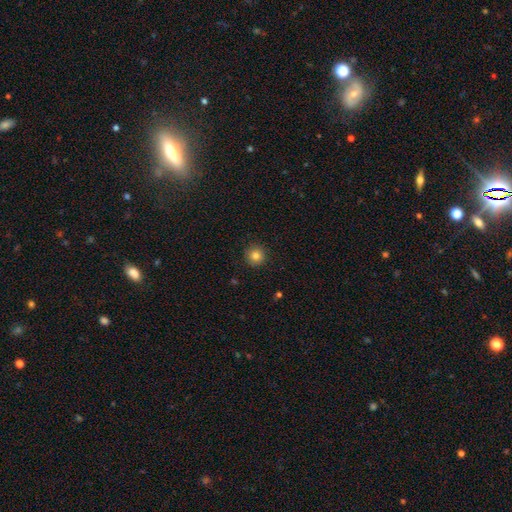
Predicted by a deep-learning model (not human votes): Smooth or featured: smooth — 82% (star or artifact — 11%)
How rounded: round — 95% (in between — 4%)
Merging: none — 91% (minor disturbance — 6%)